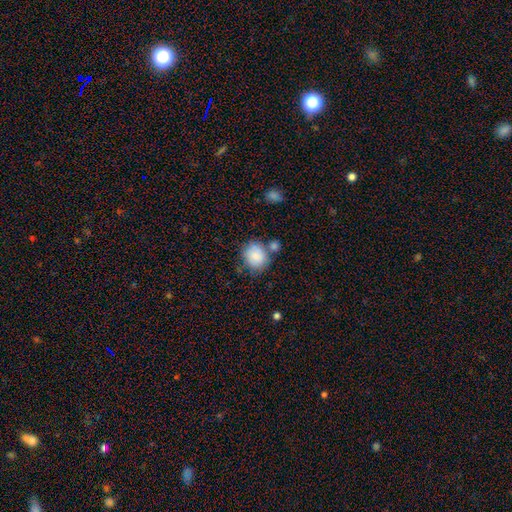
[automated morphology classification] smooth_or_featured: smooth (p=0.84) [alt: featured or disk p=0.08]
how_rounded: round (p=0.67) [alt: in between p=0.33]
merging: none (p=0.60) [alt: merger p=0.17]